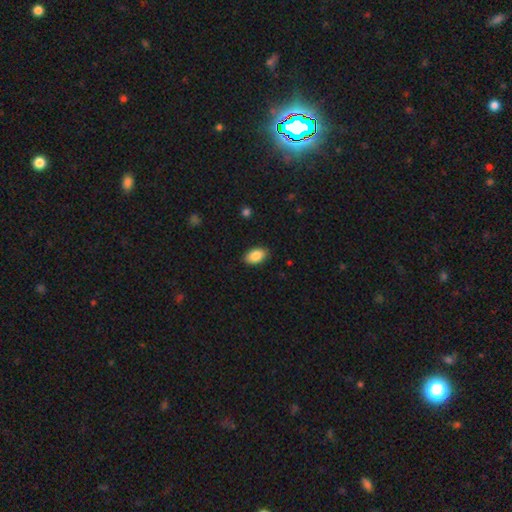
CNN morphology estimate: Smooth or featured? smooth (87%)
How rounded? in between (91%)
Merging? none (87%)